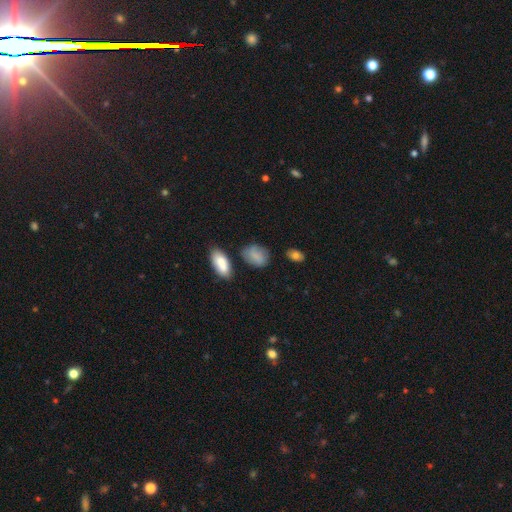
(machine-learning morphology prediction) Q: Smooth or featured?
A: smooth (82%); runner-up: featured or disk (10%)
Q: How rounded?
A: in between (77%); runner-up: round (20%)
Q: Merging?
A: none (68%); runner-up: minor disturbance (21%)